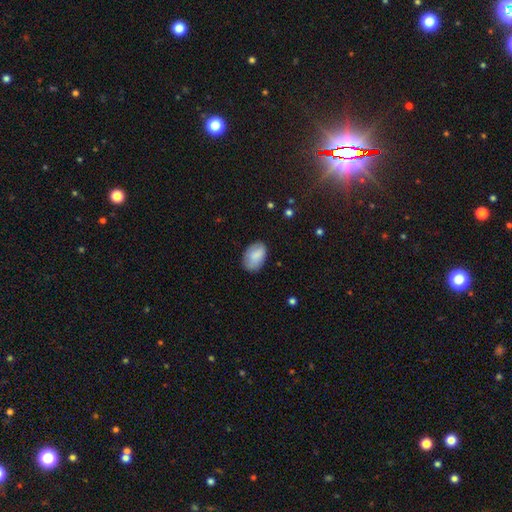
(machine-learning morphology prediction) This appears to be a smooth galaxy with no disk features (84%) that is in between round and cigar-shaped (91%). Merging: none (76%).